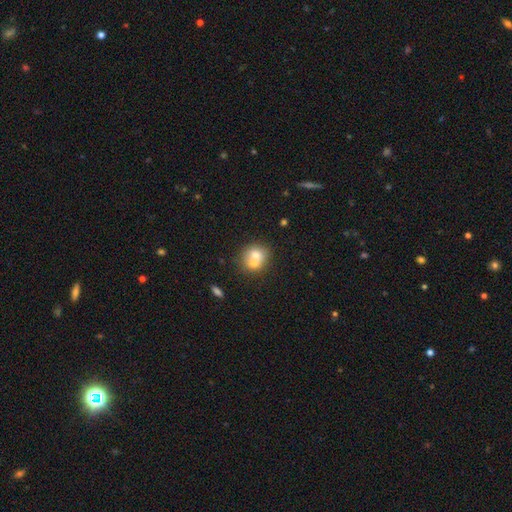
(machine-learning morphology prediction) smooth-or-featured: smooth: 66% | featured or disk: 24% | star or artifact: 10%
  how-rounded: round: 77% | in between: 22% | cigar-shaped: 1%
  merging: merger: 58% | none: 33% | minor disturbance: 7% | major disturbance: 3%